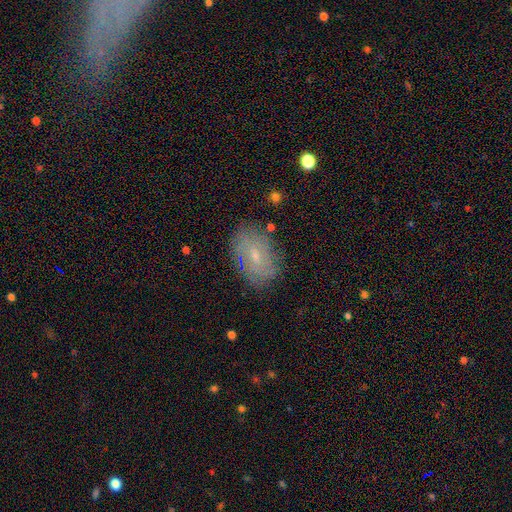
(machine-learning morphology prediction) type=featured or disk (54%); edge-on=no (95%); bar=no (50%); spiral arms=yes (70%); bulge=small (62%); merging=none (77%).